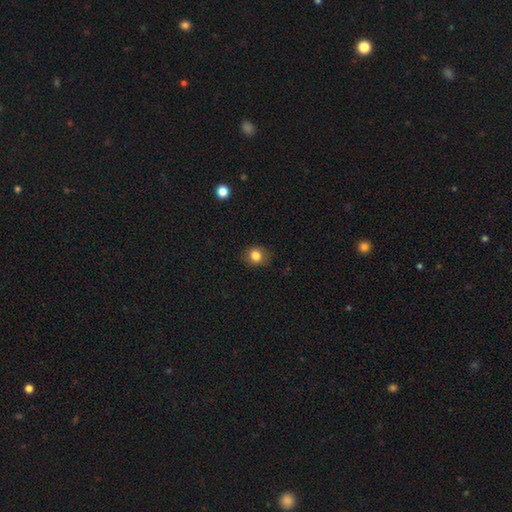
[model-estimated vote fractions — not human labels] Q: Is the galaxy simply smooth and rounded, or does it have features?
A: smooth — 83%.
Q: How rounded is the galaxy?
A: round — 71%.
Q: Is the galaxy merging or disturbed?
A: none — 84%.